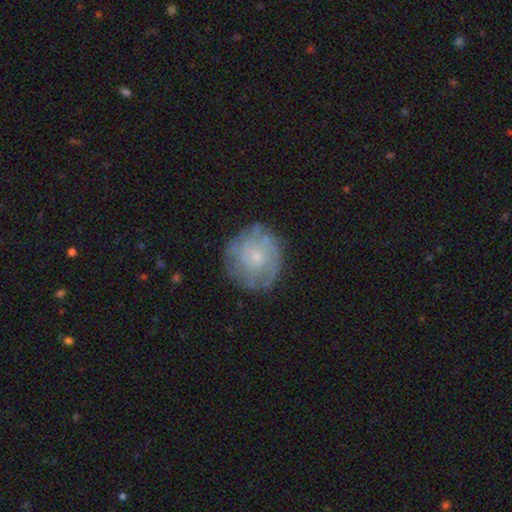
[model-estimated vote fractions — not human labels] Morphology: type=featured or disk (60%); edge-on=no (97%); bar=no (85%); spiral arms=yes (71%); bulge=small (78%); merging=none (73%).